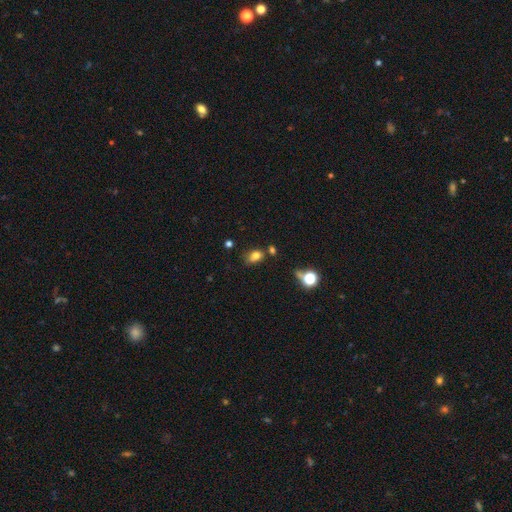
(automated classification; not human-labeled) smooth_or_featured: smooth (p=0.76) [alt: star or artifact p=0.14]
how_rounded: in between (p=0.72) [alt: round p=0.26]
merging: none (p=0.50) [alt: minor disturbance p=0.26]